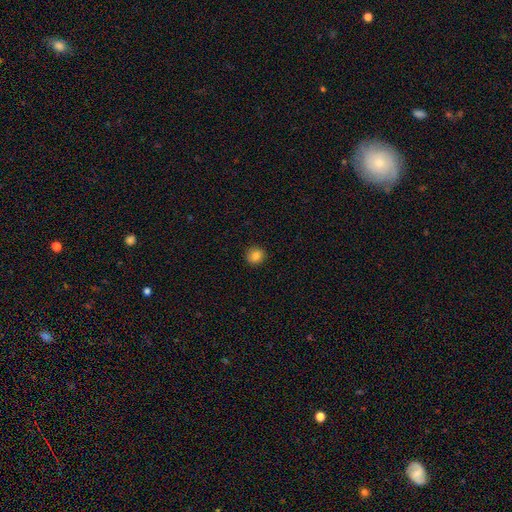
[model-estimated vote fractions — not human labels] Smooth or featured?
  - smooth: 85% *
  - star or artifact: 10%
  - featured or disk: 5%
How rounded?
  - round: 86% *
  - in between: 14%
  - cigar-shaped: 1%
Merging?
  - none: 91% *
  - minor disturbance: 6%
  - major disturbance: 2%
  - merger: 1%